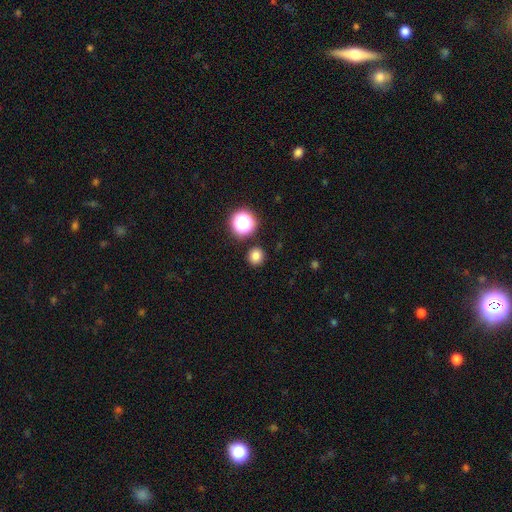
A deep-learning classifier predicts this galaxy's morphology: This is likely a smooth galaxy (80%). How rounded: clearly round (90%). Merging: clearly none (90%).